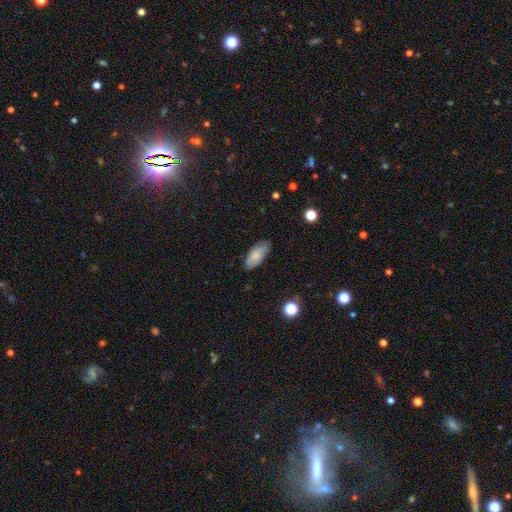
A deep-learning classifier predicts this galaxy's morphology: Overall: smooth (84%). How rounded: in between (87%). Merging: none (81%).